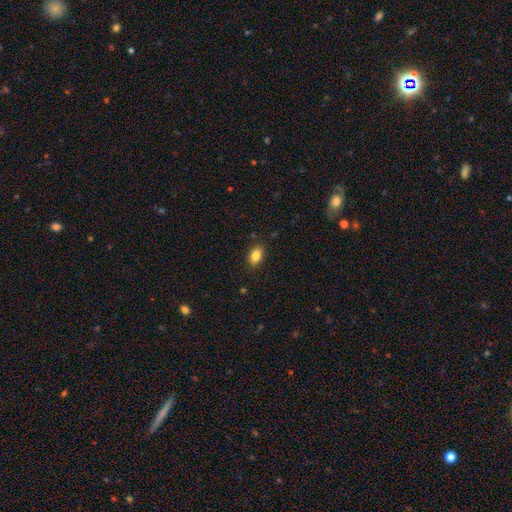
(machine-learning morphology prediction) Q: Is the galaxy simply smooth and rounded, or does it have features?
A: smooth — 85%.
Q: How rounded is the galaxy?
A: in between — 85%.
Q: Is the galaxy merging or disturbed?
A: none — 87%.